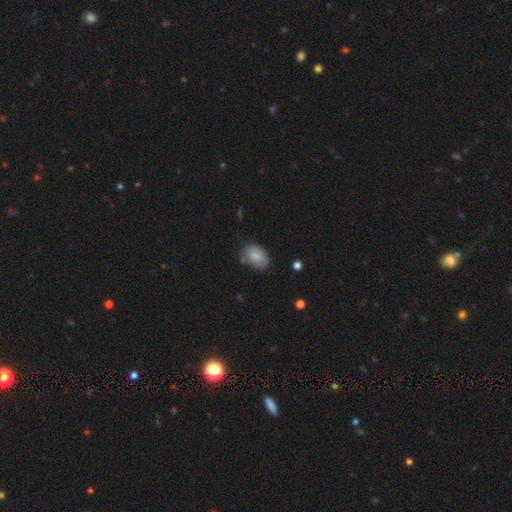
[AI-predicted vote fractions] Overall: smooth (82%). How rounded: in between (84%). Merging: none (68%).